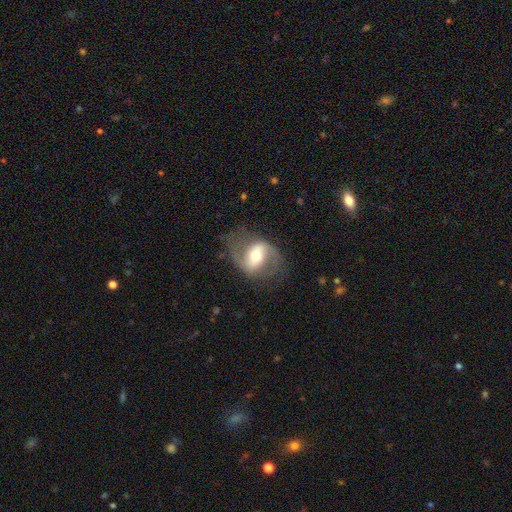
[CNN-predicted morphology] Overall: featured or disk (74%). Edge-on disk: no (96%). Bar: weak (39%; strong 36%). Spiral arms: yes (85%). Spiral arm count: 2 (88%). Spiral winding: loose (45%; medium 43%). Bulge size: moderate (67%). Merging: none (67%).